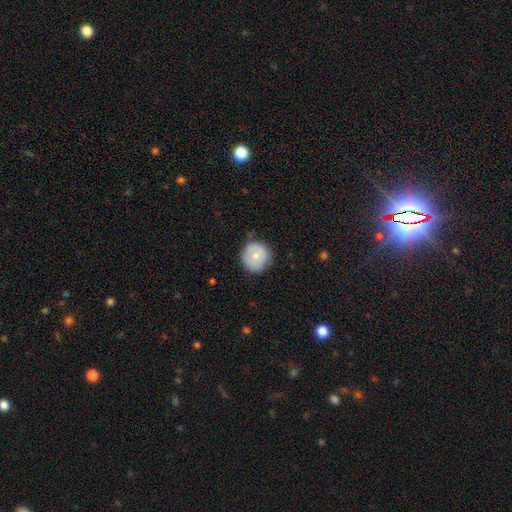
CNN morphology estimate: Smooth or featured: smooth — 72% (featured or disk — 20%)
How rounded: round — 92% (in between — 7%)
Merging: none — 79% (minor disturbance — 17%)